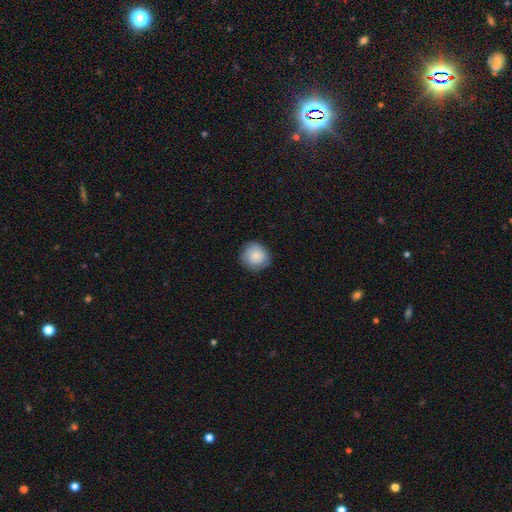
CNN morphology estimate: Smooth or featured? Predicted: smooth (p=0.79). How rounded? Predicted: round (p=0.88). Merging? Predicted: none (p=0.81).